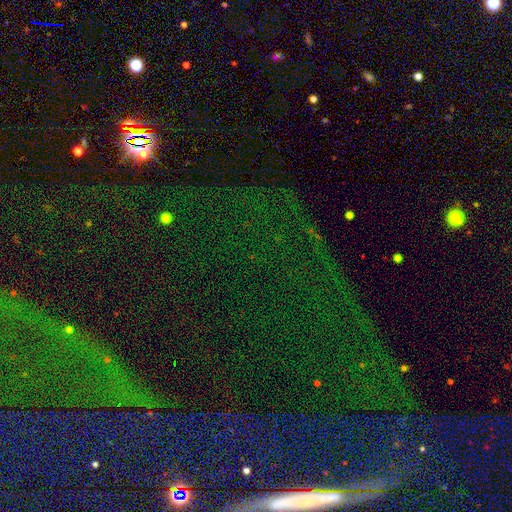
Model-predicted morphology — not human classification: The model was most divided on "smooth or featured": star or artifact: 64%, featured or disk: 21%, smooth: 14%.